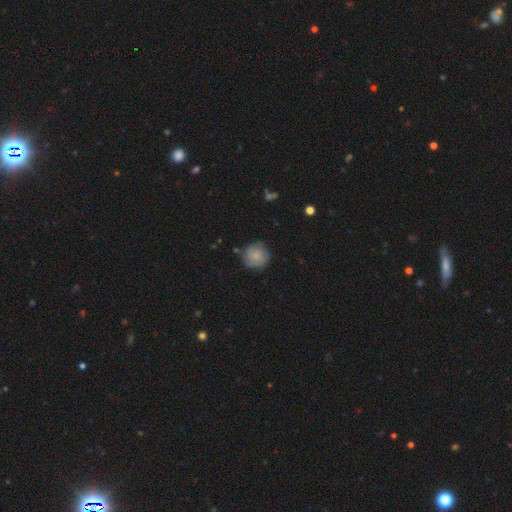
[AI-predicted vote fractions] The model was most divided on "smooth or featured": smooth: 66%, featured or disk: 26%, star or artifact: 8%. More confident: how rounded — round (91%); merging — none (78%).